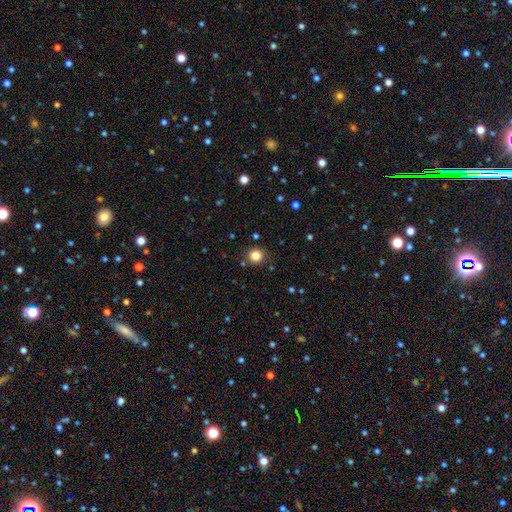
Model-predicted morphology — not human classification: Smooth or featured: smooth — 84% (star or artifact — 12%)
How rounded: round — 90% (in between — 10%)
Merging: none — 87% (minor disturbance — 8%)